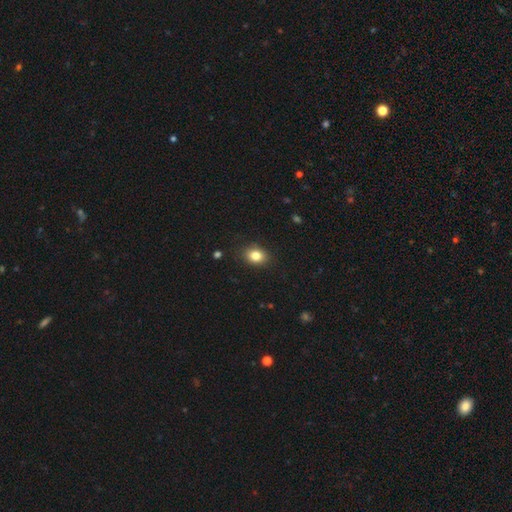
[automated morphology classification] This appears to be a smooth galaxy with no disk features (83%) that is in between round and cigar-shaped (61%). Merging: none (87%).